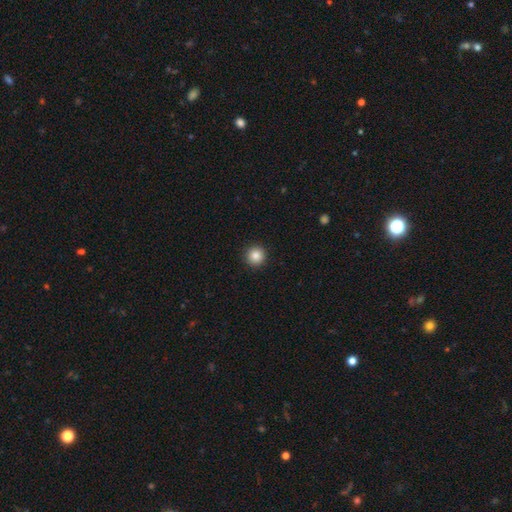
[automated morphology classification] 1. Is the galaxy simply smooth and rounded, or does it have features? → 86% smooth, 10% star or artifact, 4% featured or disk.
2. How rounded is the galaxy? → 96% round, 3% in between, 1% cigar-shaped.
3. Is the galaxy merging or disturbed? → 93% none, 4% minor disturbance, 2% major disturbance, 1% merger.